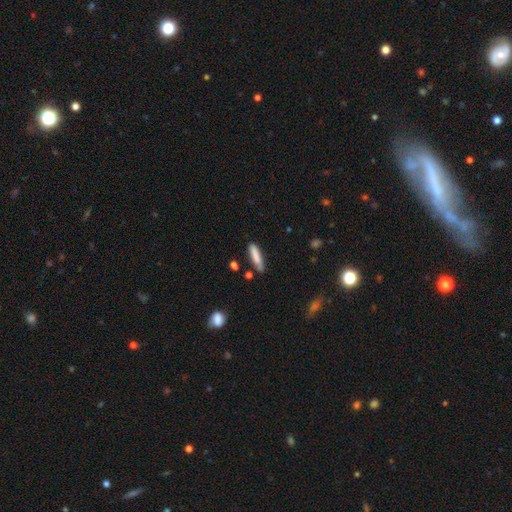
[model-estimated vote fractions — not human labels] Smooth or featured? Predicted: smooth (p=0.81). How rounded? Predicted: cigar-shaped (p=0.82). Merging? Predicted: none (p=0.73).